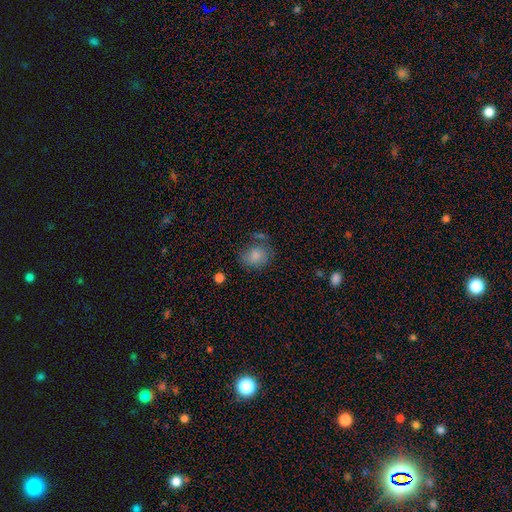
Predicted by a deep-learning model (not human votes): Q: Smooth or featured?
A: smooth (80%); runner-up: featured or disk (11%)
Q: How rounded?
A: round (64%); runner-up: in between (35%)
Q: Merging?
A: none (60%); runner-up: minor disturbance (22%)